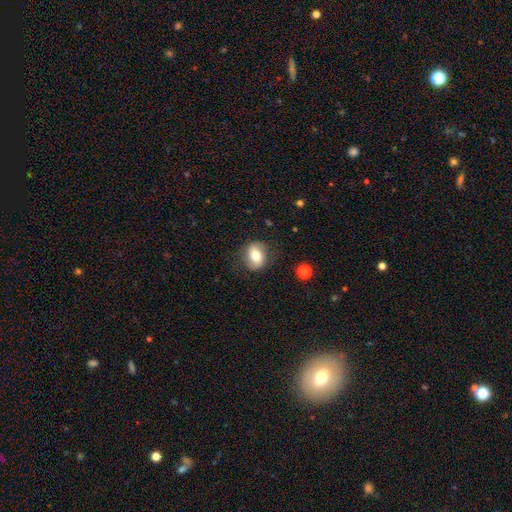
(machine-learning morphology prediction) Smooth or featured? Predicted: smooth (p=0.67). How rounded? Predicted: in between (p=0.53). Merging? Predicted: none (p=0.75).